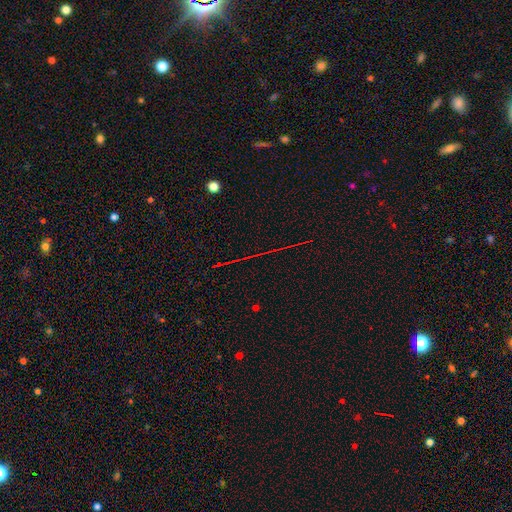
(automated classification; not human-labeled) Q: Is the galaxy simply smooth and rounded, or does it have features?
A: star or artifact — 79%.